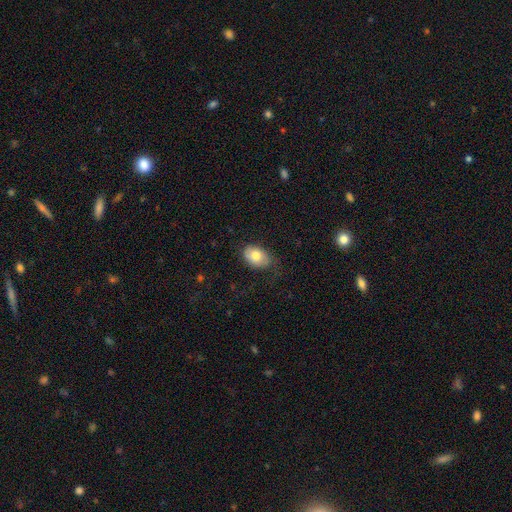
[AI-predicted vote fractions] smooth 76%, featured or disk 17%, star or artifact 7%. Down the decision tree: how rounded — in between (84%); merging — none (63%).